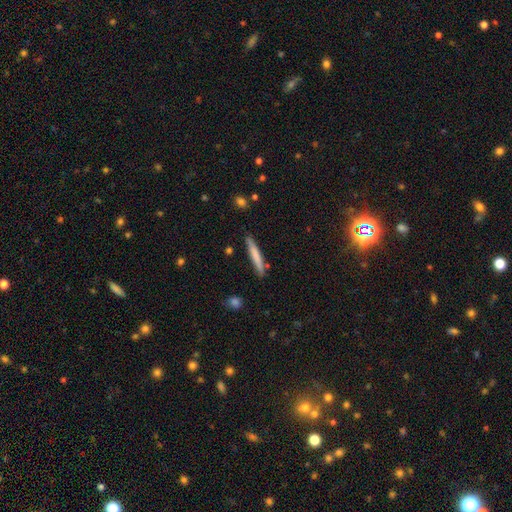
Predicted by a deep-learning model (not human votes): smooth_or_featured: smooth (p=0.70) [alt: featured or disk p=0.24]
how_rounded: cigar-shaped (p=0.95) [alt: in between p=0.04]
merging: none (p=0.85) [alt: minor disturbance p=0.10]